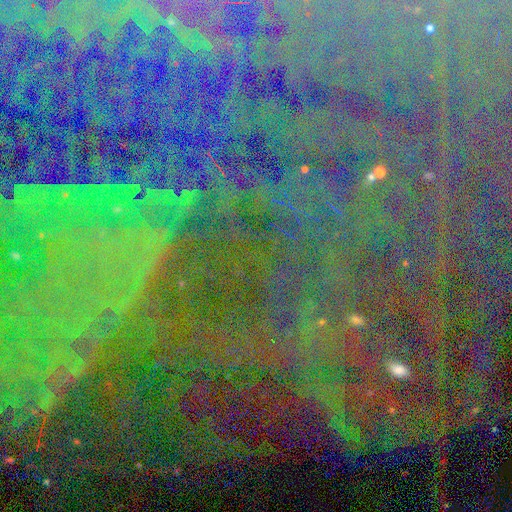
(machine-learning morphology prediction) Overall: star or artifact (85%).